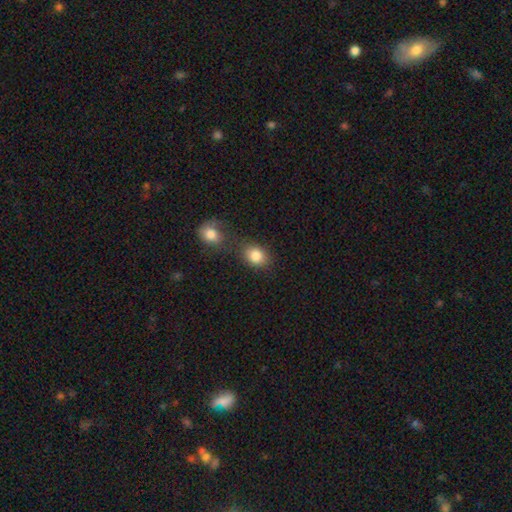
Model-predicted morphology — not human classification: Smooth or featured? smooth (84%)
How rounded? in between (51%)
Merging? none (59%)